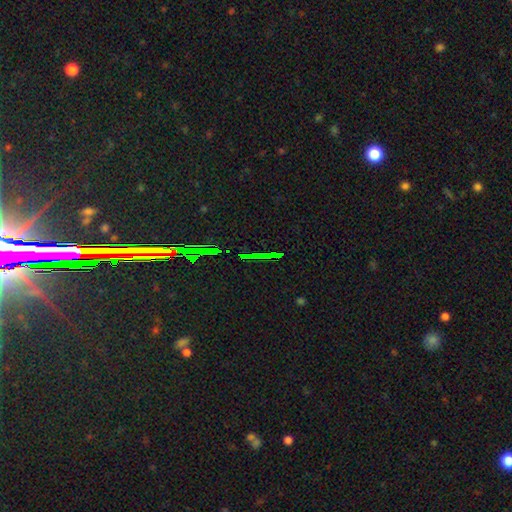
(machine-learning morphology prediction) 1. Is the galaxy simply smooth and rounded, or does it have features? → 75% star or artifact, 14% featured or disk, 11% smooth.